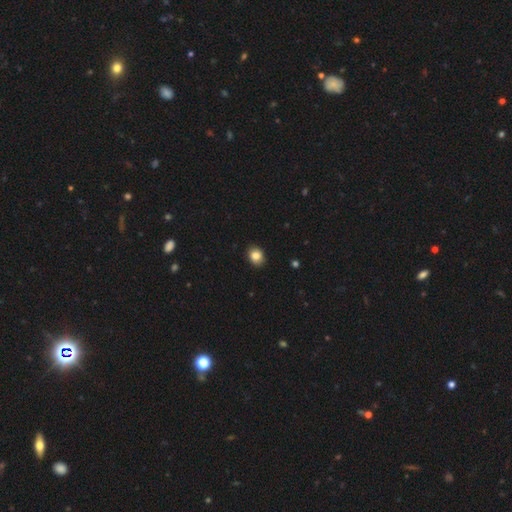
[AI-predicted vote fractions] smooth_or_featured: smooth (p=0.85) [alt: star or artifact p=0.09]
how_rounded: round (p=0.54) [alt: in between p=0.45]
merging: none (p=0.89) [alt: minor disturbance p=0.08]